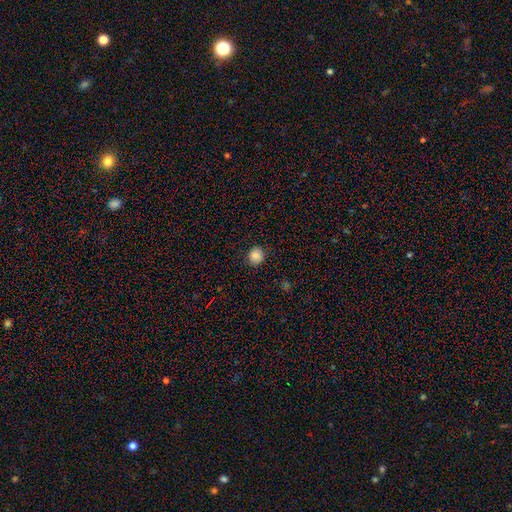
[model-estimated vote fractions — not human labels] A smooth galaxy with no disk features (86%) that is round (89%). Merging: none (91%).